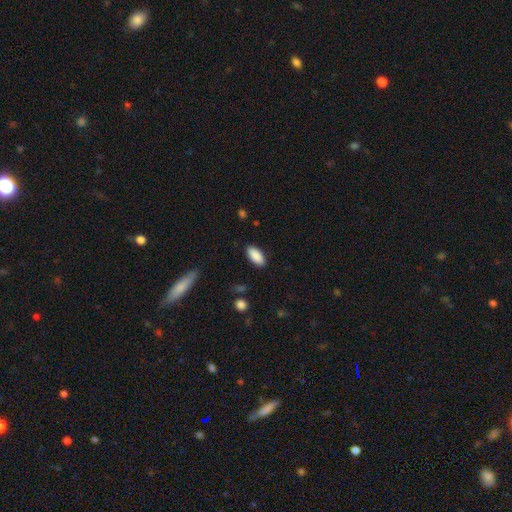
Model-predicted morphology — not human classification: A smooth galaxy with no disk features (90%) that is in between round and cigar-shaped (91%). Merging: none (88%).